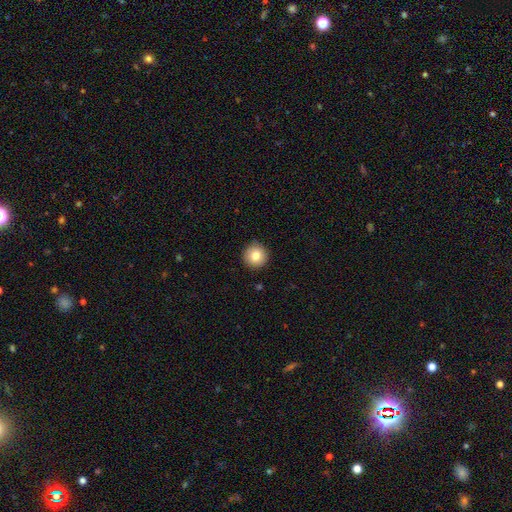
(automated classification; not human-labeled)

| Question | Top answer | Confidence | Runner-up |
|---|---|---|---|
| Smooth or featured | smooth | 80% | featured or disk (11%) |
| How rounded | round | 95% | in between (4%) |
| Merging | none | 90% | minor disturbance (7%) |